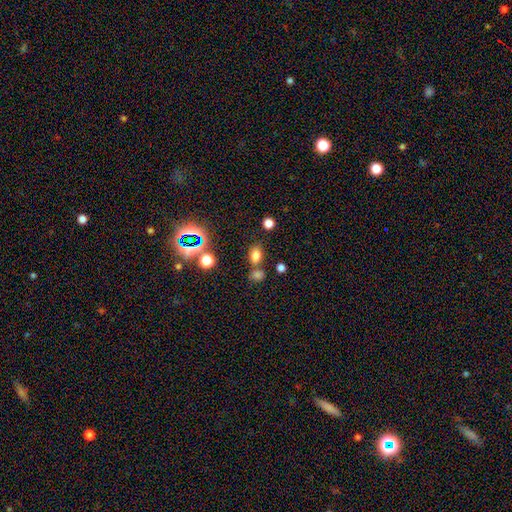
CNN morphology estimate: Q: Smooth or featured?
A: smooth (73%); runner-up: star or artifact (19%)
Q: How rounded?
A: in between (74%); runner-up: round (24%)
Q: Merging?
A: none (65%); runner-up: merger (19%)